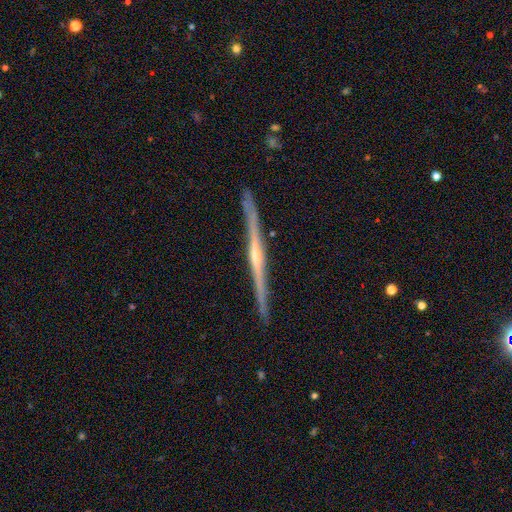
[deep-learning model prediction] Q: Smooth or featured?
A: featured or disk (80%); runner-up: smooth (15%)
Q: Edge-on disk?
A: yes (98%); runner-up: no (2%)
Q: Edge-on bulge?
A: rounded (54%); runner-up: none (36%)
Q: Merging?
A: none (89%); runner-up: minor disturbance (9%)